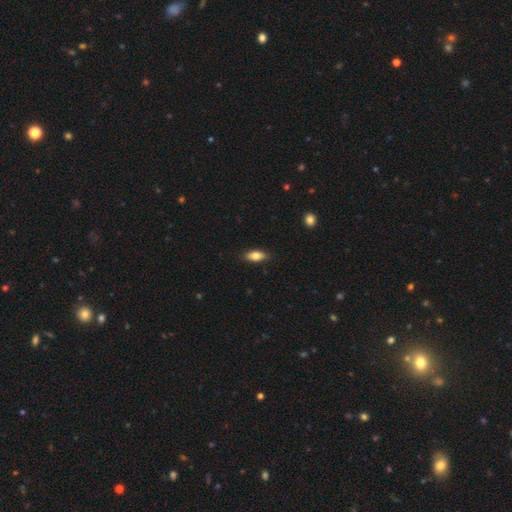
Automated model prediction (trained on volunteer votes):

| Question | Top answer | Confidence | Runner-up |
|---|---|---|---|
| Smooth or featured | smooth | 78% | featured or disk (15%) |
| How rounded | in between | 84% | cigar-shaped (12%) |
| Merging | none | 87% | minor disturbance (10%) |